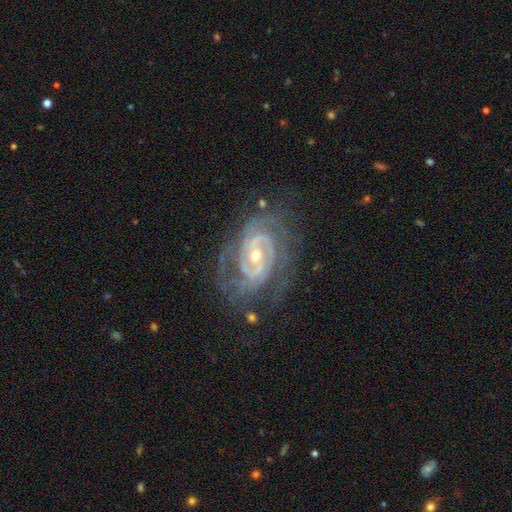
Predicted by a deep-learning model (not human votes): Morphology: type=featured or disk (90%); edge-on=no (96%); bar=no (41%); spiral arms=yes (97%); winding=tight (67%); arm count=2 (42%); bulge=small (54%); merging=none (70%).